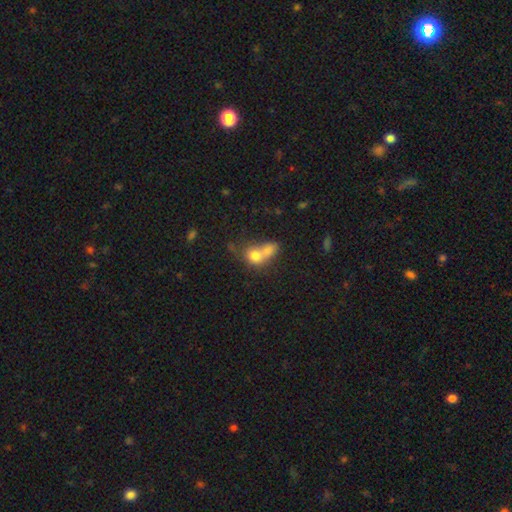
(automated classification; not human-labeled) This is likely a smooth galaxy (73%). How rounded: possibly round (52%). Merging: likely merger (69%).